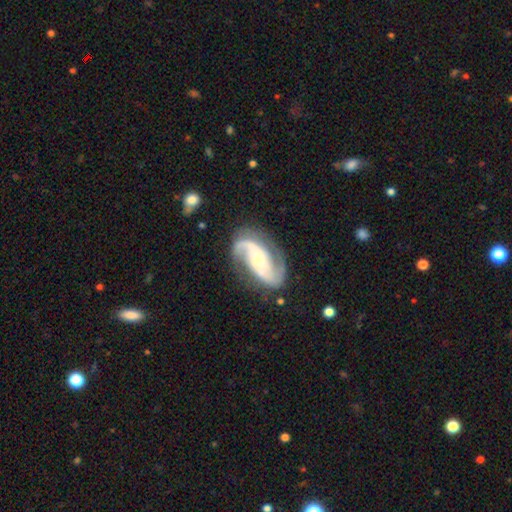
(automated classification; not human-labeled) A featured or disk galaxy (91%) with no bar (50%), 2 (92%) medium (52%) spiral arms (98%) and a small central bulge (52%).

Vote fractions:
- Smooth or featured? featured or disk: 91% / star or artifact: 5% / smooth: 5%
- Edge-on disk? no: 97% / yes: 3%
- Bar? no: 50% / weak: 33% / strong: 18%
- Spiral arms? yes: 98% / no: 2%
- Spiral winding? medium: 52% / tight: 26% / loose: 22%
- Spiral arm count? 2: 92% / can't tell: 2% / 3: 2% / 1: 1% / 4: 1% / more than 4: 1%
- Bulge size? small: 52% / moderate: 38% / none: 5% / large: 4% / dominant: 1%
- Merging? none: 78% / minor disturbance: 14% / major disturbance: 6% / merger: 2%